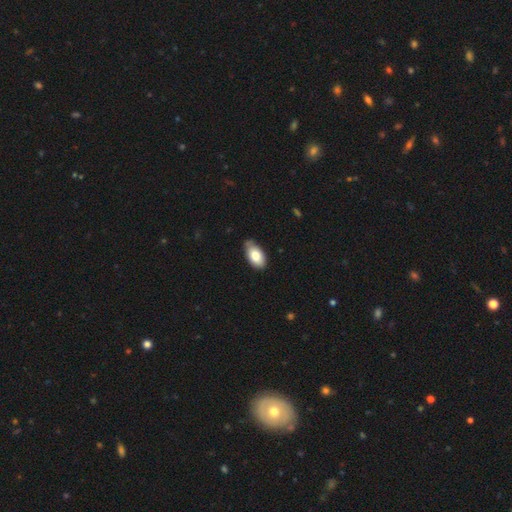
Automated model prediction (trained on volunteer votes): Overall: smooth (79%). How rounded: in between (94%). Merging: none (71%).